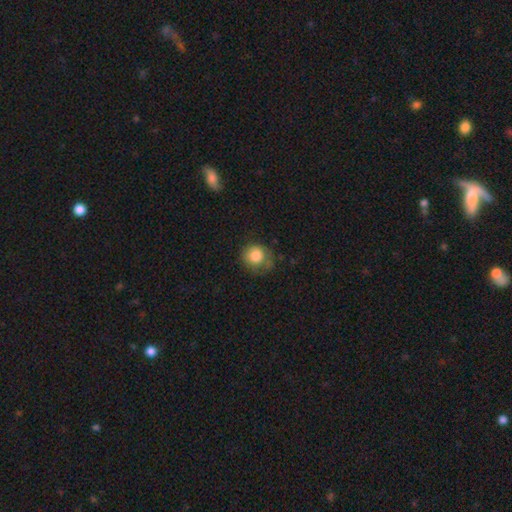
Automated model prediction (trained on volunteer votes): Smooth or featured?
  - smooth: 82% *
  - featured or disk: 9%
  - star or artifact: 9%
How rounded?
  - round: 82% *
  - in between: 17%
  - cigar-shaped: 1%
Merging?
  - none: 53% *
  - minor disturbance: 30%
  - major disturbance: 16%
  - merger: 2%